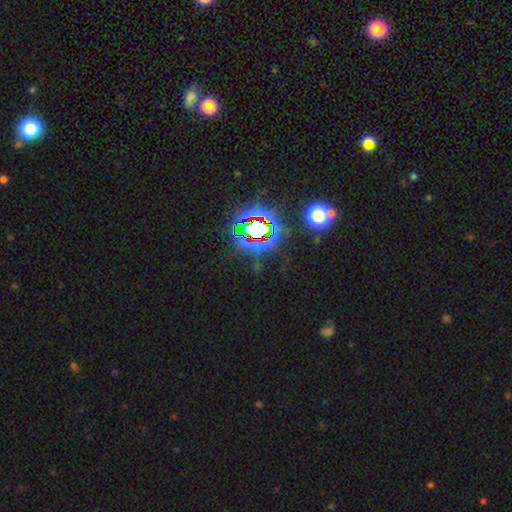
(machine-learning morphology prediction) Smooth or featured: star or artifact — 81% (smooth — 12%)